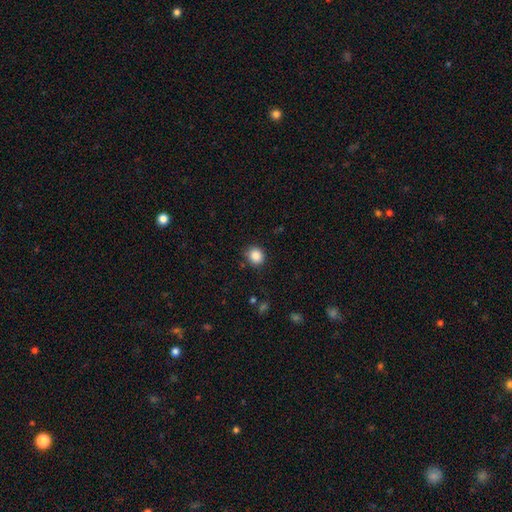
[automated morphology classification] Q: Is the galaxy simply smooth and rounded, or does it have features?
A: smooth — 86%.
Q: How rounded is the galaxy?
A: round — 81%.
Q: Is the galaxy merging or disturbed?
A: none — 86%.